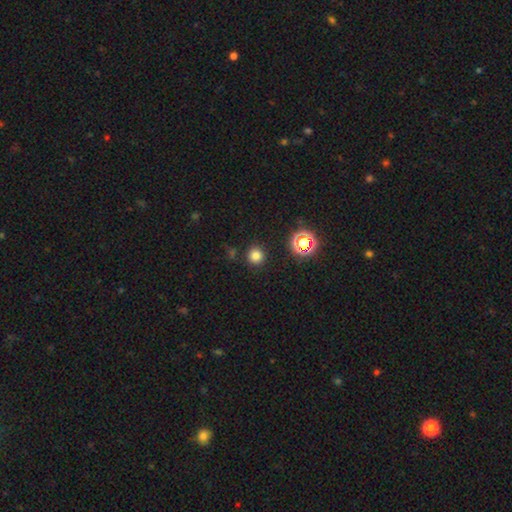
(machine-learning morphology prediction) smooth_or_featured: smooth (p=0.79) [alt: star or artifact p=0.17]
how_rounded: round (p=0.95) [alt: in between p=0.04]
merging: none (p=0.90) [alt: minor disturbance p=0.06]